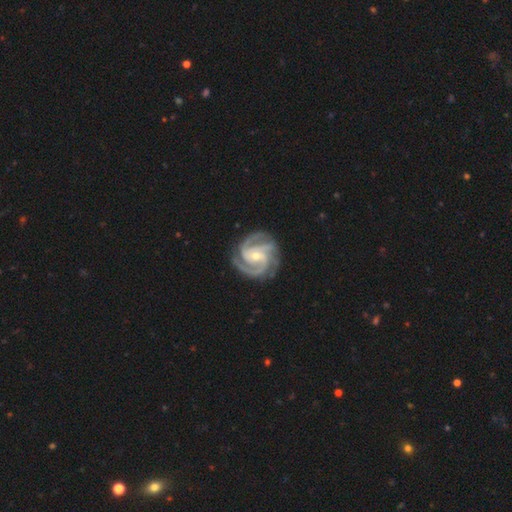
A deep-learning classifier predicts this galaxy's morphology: Overall: featured or disk (94%). Edge-on disk: no (98%). Bar: no (48%; weak 34%). Spiral arms: yes (99%). Spiral arm count: 3 (65%). Spiral winding: tight (64%; medium 33%). Bulge size: small (59%; moderate 38%). Merging: none (82%).